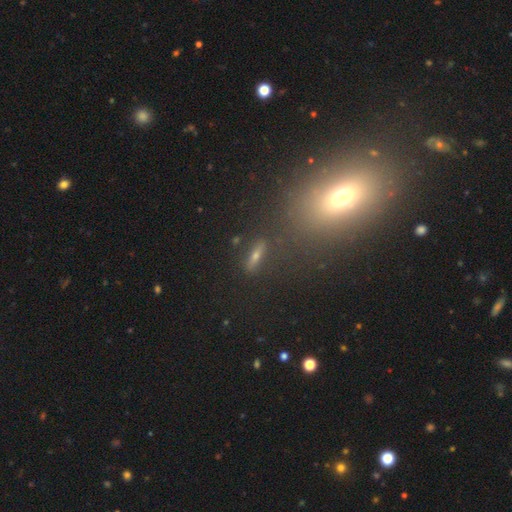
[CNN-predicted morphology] Smooth or featured? smooth (39%)
Merging? none (80%)